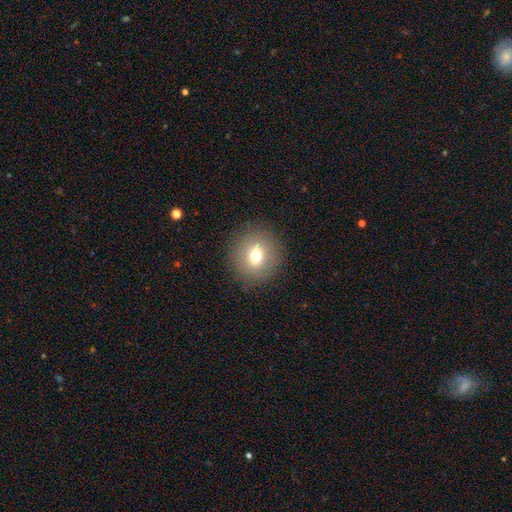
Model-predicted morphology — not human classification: Smooth or featured?
  - smooth: 67% *
  - featured or disk: 21%
  - star or artifact: 12%
How rounded?
  - round: 83% *
  - in between: 16%
  - cigar-shaped: 1%
Merging?
  - none: 88% *
  - minor disturbance: 7%
  - major disturbance: 3%
  - merger: 1%